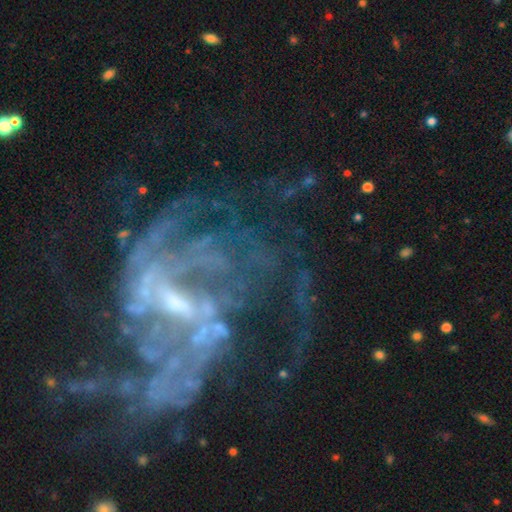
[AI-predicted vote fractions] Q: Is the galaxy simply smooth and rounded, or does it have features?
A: featured or disk — 87%.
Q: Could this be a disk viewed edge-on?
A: no — 97%.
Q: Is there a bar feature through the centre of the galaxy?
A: weak — 50%.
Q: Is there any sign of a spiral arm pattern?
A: yes — 90%.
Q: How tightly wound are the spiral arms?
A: loose — 43%.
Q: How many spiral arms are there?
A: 2 — 39%.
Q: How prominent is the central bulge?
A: small — 55%.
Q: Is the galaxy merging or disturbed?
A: none — 42%.